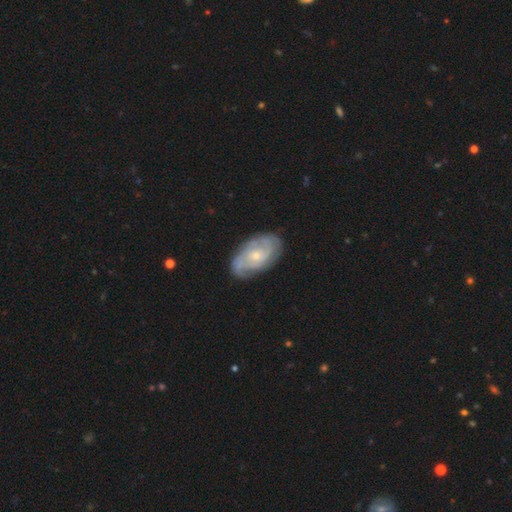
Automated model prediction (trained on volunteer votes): Smooth or featured? Predicted: featured or disk (p=0.75). Edge-on disk? Predicted: no (p=0.96). Bar? Predicted: no (p=0.71). Spiral arms? Predicted: yes (p=0.91). Spiral winding? Predicted: tight (p=0.57). Spiral arm count? Predicted: can't tell (p=0.36). Bulge size? Predicted: small (p=0.63). Merging? Predicted: none (p=0.76).